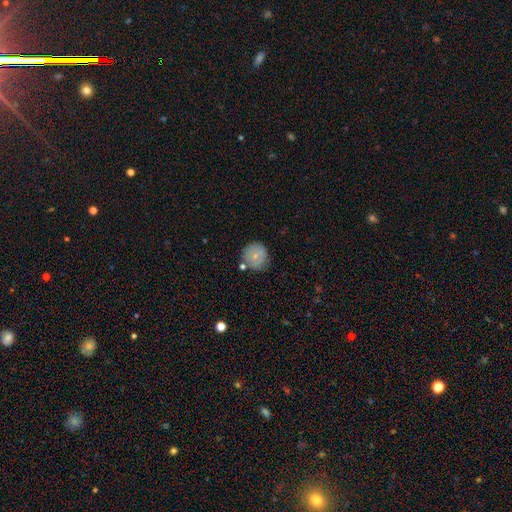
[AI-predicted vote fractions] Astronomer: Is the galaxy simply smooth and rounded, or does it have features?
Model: smooth — 66%.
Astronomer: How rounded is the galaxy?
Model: round — 91%.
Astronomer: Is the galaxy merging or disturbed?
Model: none — 72%.